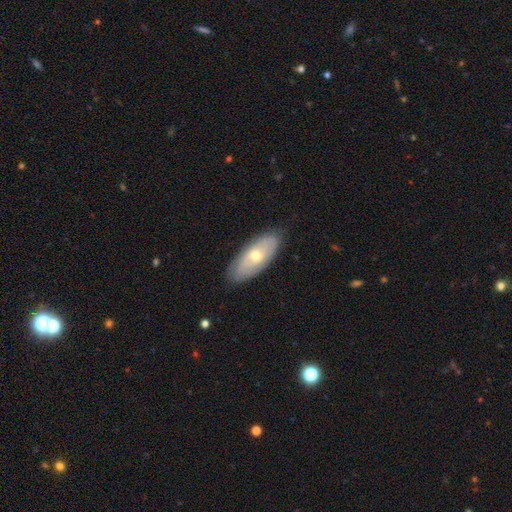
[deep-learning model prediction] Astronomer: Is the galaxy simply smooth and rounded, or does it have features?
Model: smooth — 48% (runner-up: featured or disk, 47%).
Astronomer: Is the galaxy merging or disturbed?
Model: none — 81%.